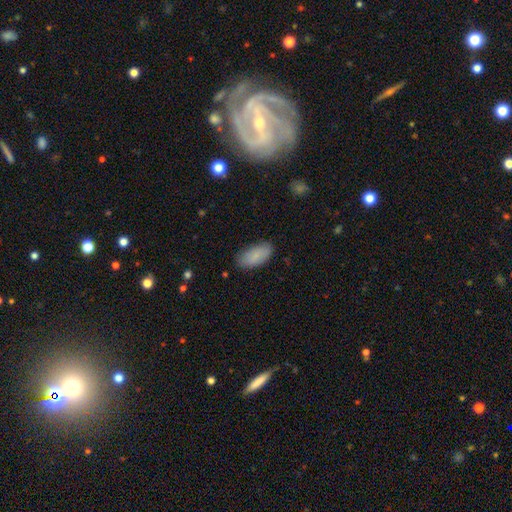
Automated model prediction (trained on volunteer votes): Q: Smooth or featured?
A: smooth (85%); runner-up: featured or disk (9%)
Q: How rounded?
A: in between (91%); runner-up: cigar-shaped (7%)
Q: Merging?
A: none (83%); runner-up: minor disturbance (14%)